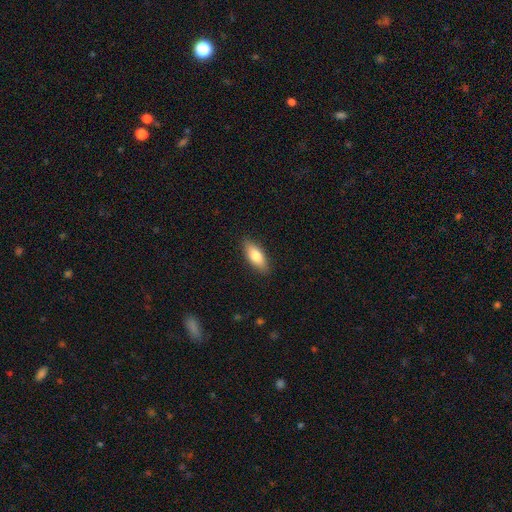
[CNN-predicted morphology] smooth 78%, featured or disk 16%, star or artifact 6%. Down the decision tree: how rounded — in between (75%); merging — none (88%).